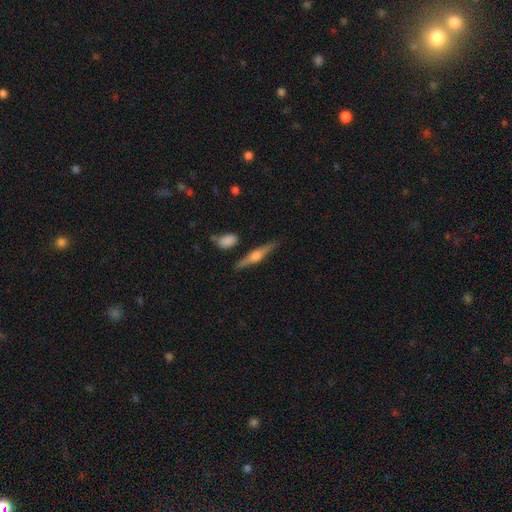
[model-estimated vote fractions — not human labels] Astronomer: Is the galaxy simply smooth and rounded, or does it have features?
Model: featured or disk — 69%.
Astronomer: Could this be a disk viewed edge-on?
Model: yes — 97%.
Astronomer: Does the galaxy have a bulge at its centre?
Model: rounded — 86%.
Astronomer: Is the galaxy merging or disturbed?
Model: none — 84%.